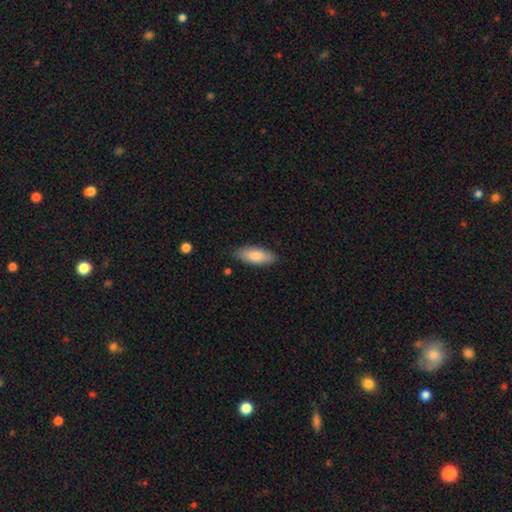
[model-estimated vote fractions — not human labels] The model was most divided on "how rounded": in between: 81%, cigar-shaped: 18%, round: 2%. More confident: merging — none (83%); smooth or featured — smooth (81%).